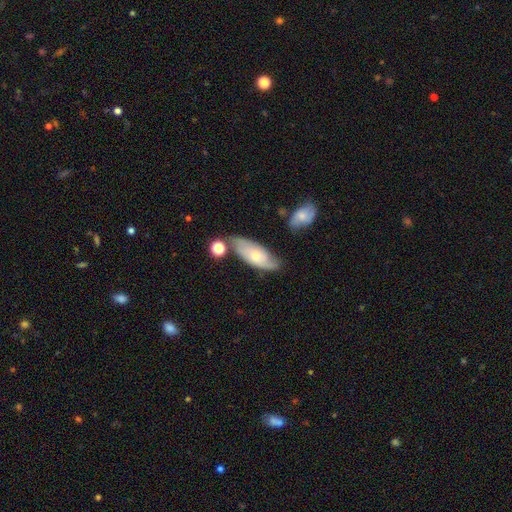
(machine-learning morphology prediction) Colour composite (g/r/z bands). It shows a smooth galaxy with no disk features (52%) that is in between round and cigar-shaped (77%). Merging: none (60%).